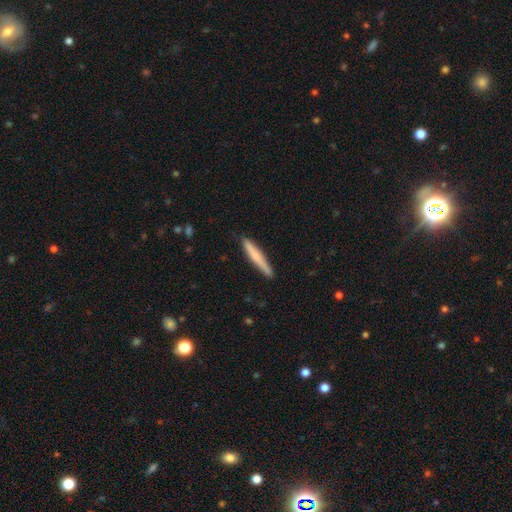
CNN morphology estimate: smooth 68%, featured or disk 27%, star or artifact 5%. Down the decision tree: how rounded — cigar-shaped (95%); merging — none (87%).